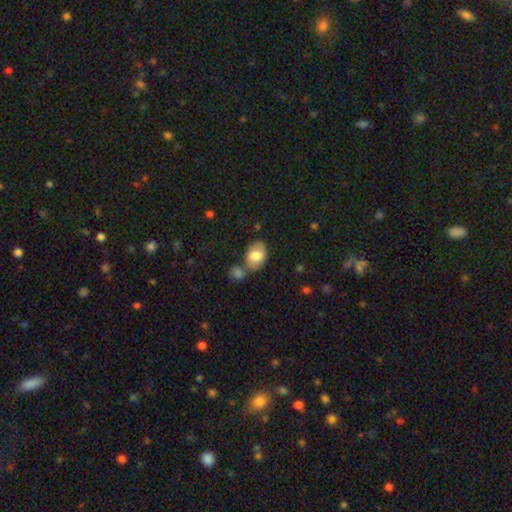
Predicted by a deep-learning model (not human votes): Q: Smooth or featured?
A: smooth (79%); runner-up: featured or disk (15%)
Q: How rounded?
A: in between (85%); runner-up: round (14%)
Q: Merging?
A: none (52%); runner-up: merger (27%)